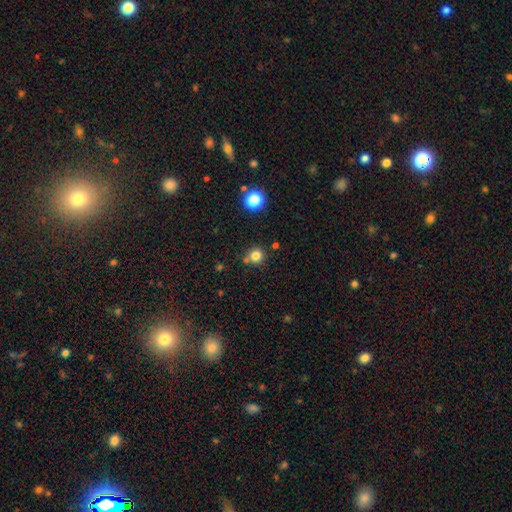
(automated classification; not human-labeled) The model was most divided on "merging": none: 75%, merger: 13%, minor disturbance: 9%, major disturbance: 3%. More confident: how rounded — round (93%); smooth or featured — smooth (79%).